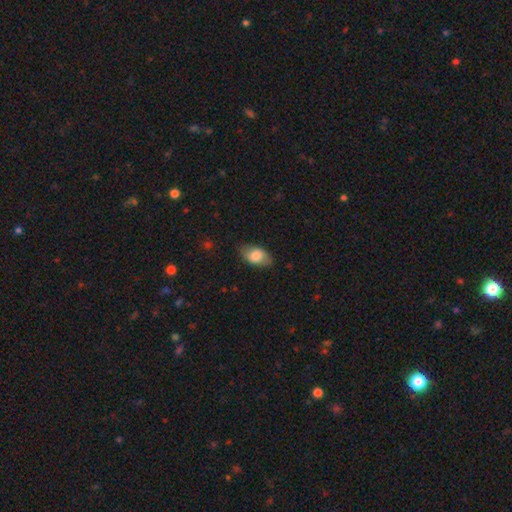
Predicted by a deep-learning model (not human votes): A smooth galaxy with no disk features (76%) that is in between round and cigar-shaped (90%).

Vote fractions:
- Smooth or featured? smooth: 76% / featured or disk: 17% / star or artifact: 7%
- How rounded? in between: 90% / round: 8% / cigar-shaped: 3%
- Merging? none: 78% / minor disturbance: 17% / major disturbance: 4% / merger: 1%